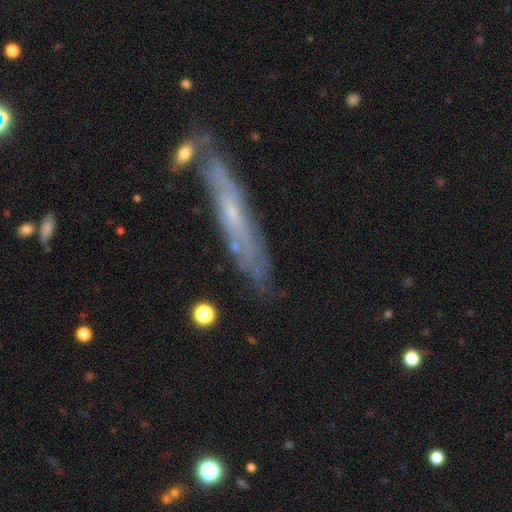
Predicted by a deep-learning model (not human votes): Overall: featured or disk (62%; smooth 30%). Edge-on disk: yes (62%; no 38%). Merging: none (74%).